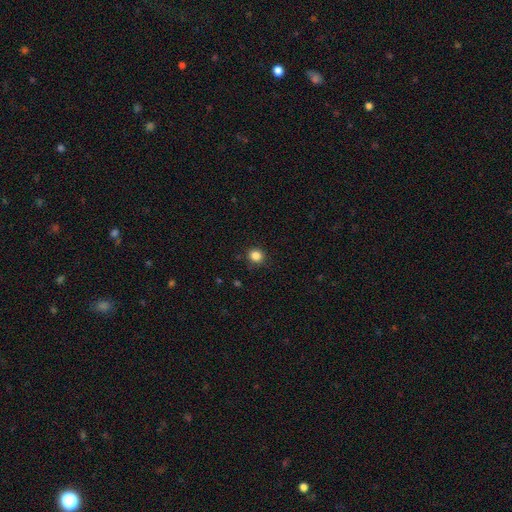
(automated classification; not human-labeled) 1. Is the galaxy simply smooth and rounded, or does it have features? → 85% smooth, 12% star or artifact, 3% featured or disk.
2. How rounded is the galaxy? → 88% round, 11% in between, 1% cigar-shaped.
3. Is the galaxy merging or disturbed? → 88% none, 8% minor disturbance, 2% major disturbance, 1% merger.